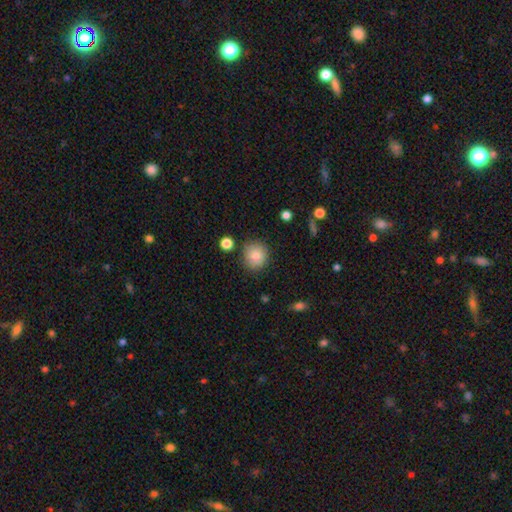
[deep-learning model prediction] A smooth galaxy with no disk features (84%) that is round (86%).

Vote fractions:
- Smooth or featured? smooth: 84% / star or artifact: 9% / featured or disk: 7%
- How rounded? round: 86% / in between: 13% / cigar-shaped: 1%
- Merging? none: 82% / minor disturbance: 12% / merger: 3% / major disturbance: 3%